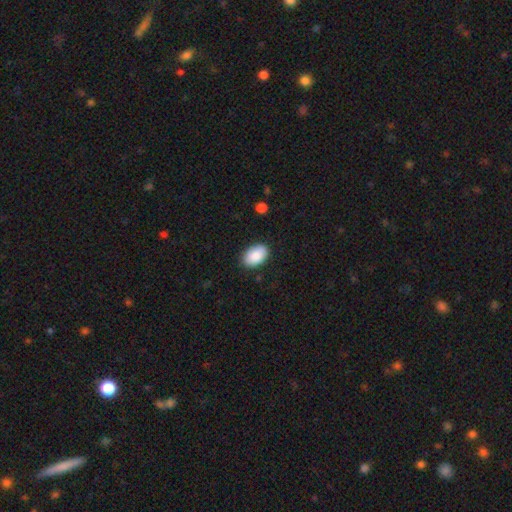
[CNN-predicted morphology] Smooth or featured?
  - smooth: 89% *
  - star or artifact: 6%
  - featured or disk: 5%
How rounded?
  - in between: 92% *
  - round: 7%
  - cigar-shaped: 1%
Merging?
  - none: 87% *
  - minor disturbance: 10%
  - major disturbance: 2%
  - merger: 1%